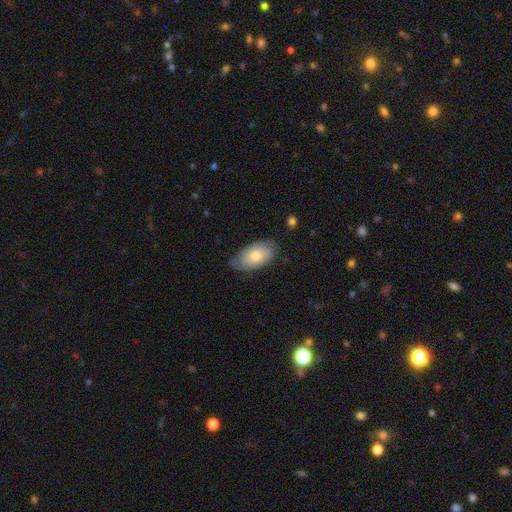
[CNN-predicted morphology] Smooth or featured: smooth — 60% (featured or disk — 34%)
How rounded: in between — 93% (round — 5%)
Merging: none — 65% (minor disturbance — 28%)